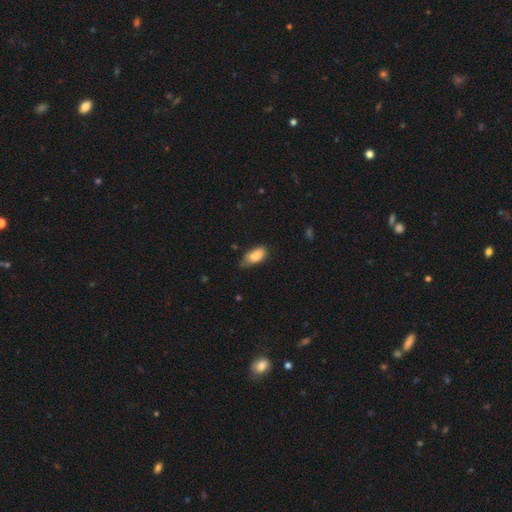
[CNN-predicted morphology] Smooth or featured? Predicted: smooth (p=0.83). How rounded? Predicted: in between (p=0.89). Merging? Predicted: none (p=0.53).